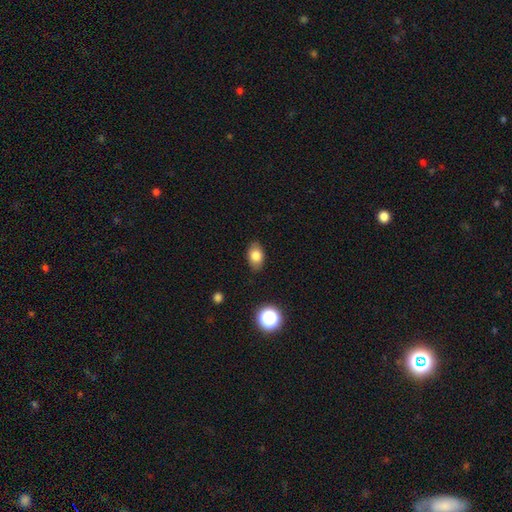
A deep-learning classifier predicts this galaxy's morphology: smooth-or-featured: smooth: 81% | featured or disk: 10% | star or artifact: 9%
  how-rounded: in between: 84% | round: 14% | cigar-shaped: 2%
  merging: none: 84% | minor disturbance: 12% | major disturbance: 3% | merger: 1%